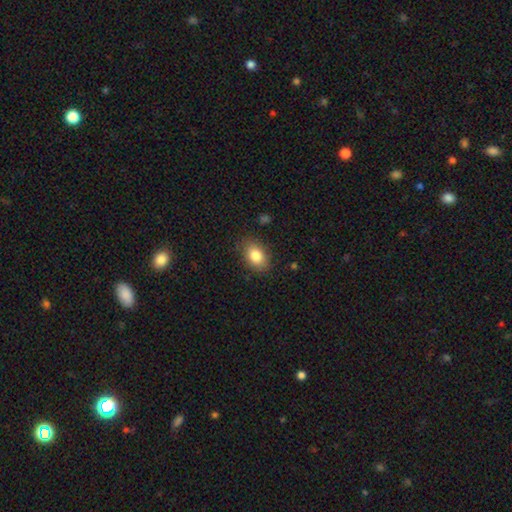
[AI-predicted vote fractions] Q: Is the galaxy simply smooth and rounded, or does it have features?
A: smooth — 83%.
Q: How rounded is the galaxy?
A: in between — 80%.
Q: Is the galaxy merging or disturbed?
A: none — 84%.